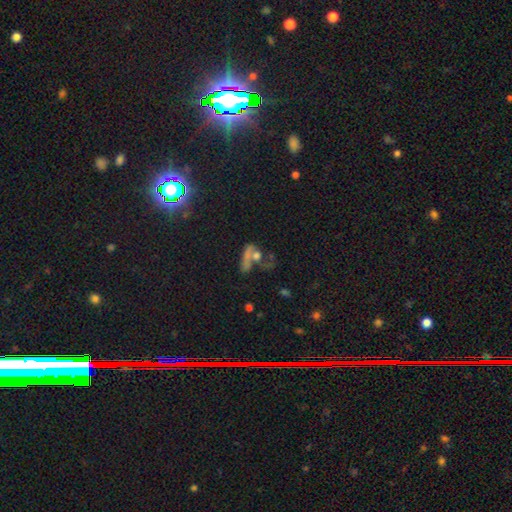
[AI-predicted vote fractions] Smooth or featured: smooth — 46% (featured or disk — 31%)
Merging: merger — 40% (none — 25%)